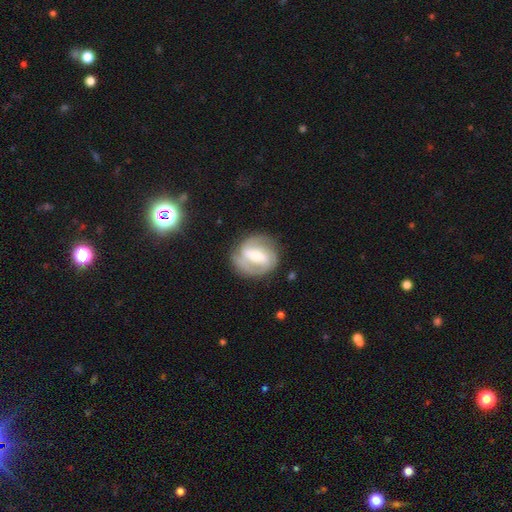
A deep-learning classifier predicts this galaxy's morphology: The model was most divided on "spiral winding" (2-way tie): tight: 43%, medium: 43%, loose: 14%. Remaining: edge-on disk — no (97%); spiral arms — yes (92%); smooth or featured — featured or disk (80%); merging — none (77%); spiral arm count — 2 (68%); bulge size — moderate (54%); bar — strong (46%).